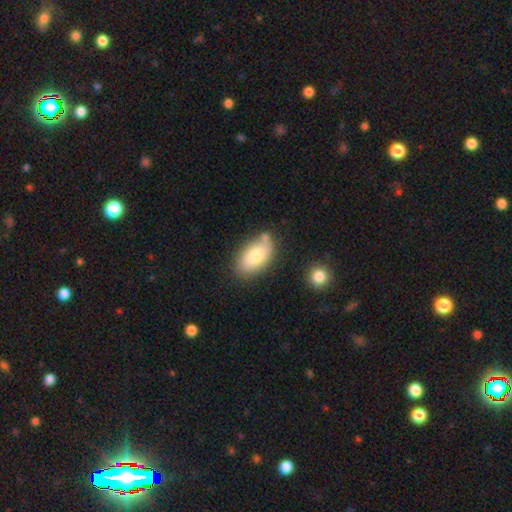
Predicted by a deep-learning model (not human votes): smooth_or_featured: smooth (p=0.80) [alt: featured or disk p=0.13]
how_rounded: in between (p=0.94) [alt: round p=0.04]
merging: none (p=0.71) [alt: minor disturbance p=0.17]